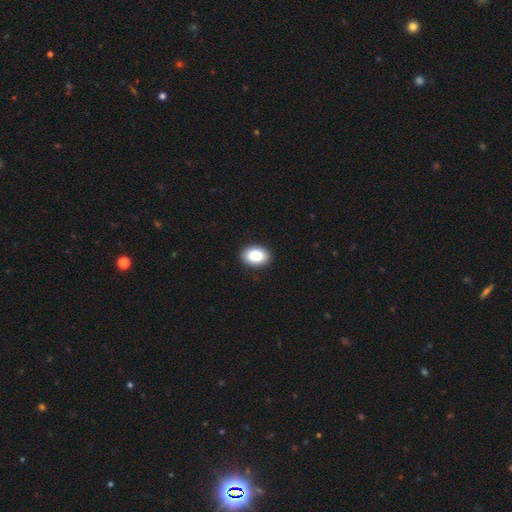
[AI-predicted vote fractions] Smooth or featured: smooth — 88% (star or artifact — 7%)
How rounded: in between — 82% (round — 17%)
Merging: none — 91% (minor disturbance — 6%)